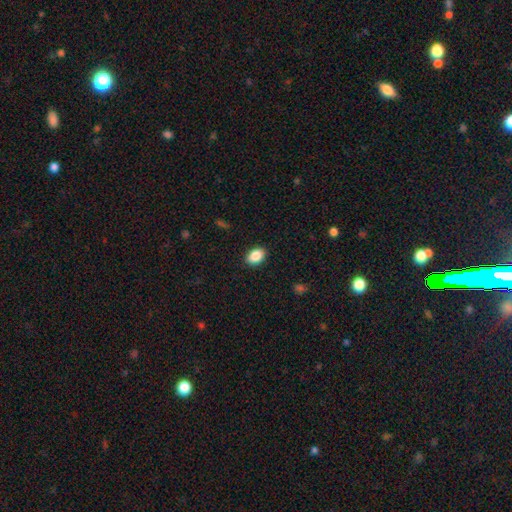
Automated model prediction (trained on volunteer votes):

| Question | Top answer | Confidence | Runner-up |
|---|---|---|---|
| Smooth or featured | smooth | 88% | star or artifact (8%) |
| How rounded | in between | 81% | round (18%) |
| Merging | none | 89% | minor disturbance (8%) |